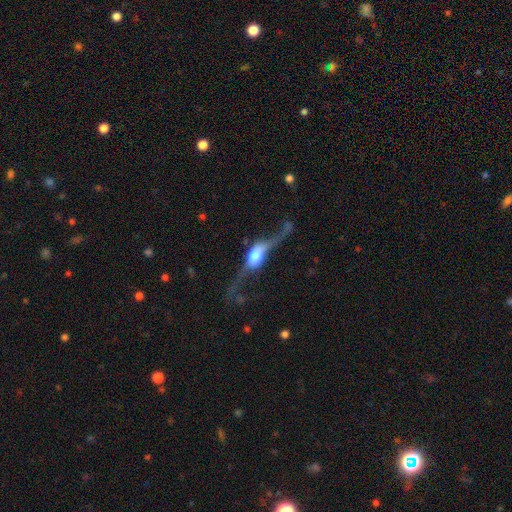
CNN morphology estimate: smooth_or_featured: featured or disk (p=0.68) [alt: smooth p=0.24]
disk_edge_on: yes (p=0.54) [alt: no p=0.46]
merging: major disturbance (p=0.43) [alt: none p=0.30]